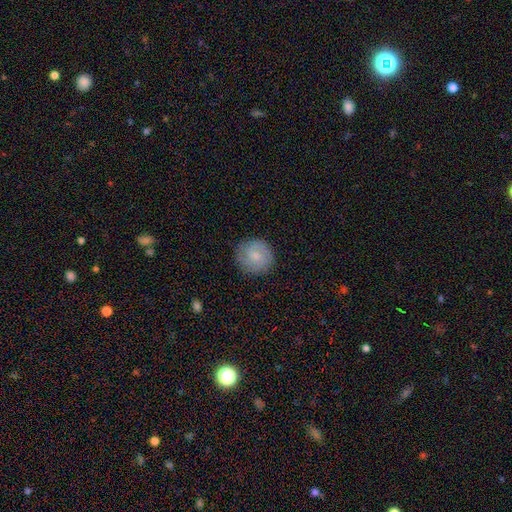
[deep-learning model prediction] smooth-or-featured: smooth: 59% | featured or disk: 34% | star or artifact: 7%
  how-rounded: round: 87% | in between: 12% | cigar-shaped: 1%
  merging: none: 83% | minor disturbance: 13% | major disturbance: 3% | merger: 1%